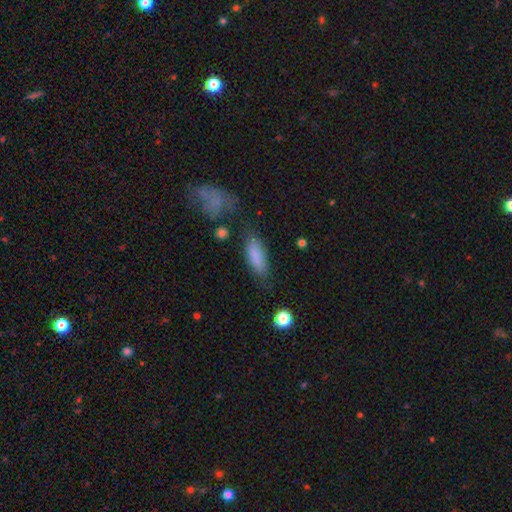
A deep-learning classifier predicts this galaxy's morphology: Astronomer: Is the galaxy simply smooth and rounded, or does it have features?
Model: smooth — 84%.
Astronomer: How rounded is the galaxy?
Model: in between — 65%.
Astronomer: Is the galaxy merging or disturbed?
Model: none — 70%.